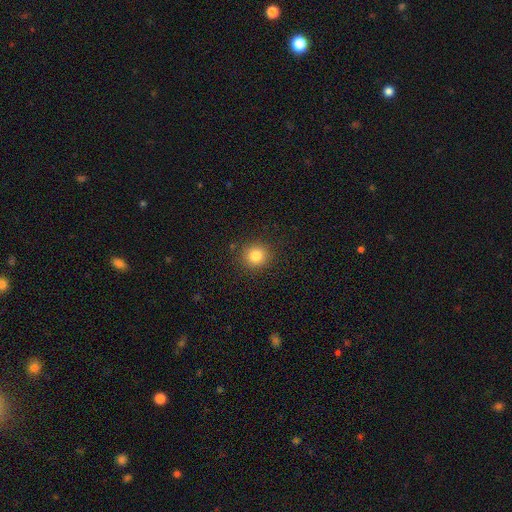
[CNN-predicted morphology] A smooth galaxy with no disk features (81%) that is round (89%).

Vote fractions:
- Smooth or featured? smooth: 81% / star or artifact: 12% / featured or disk: 7%
- How rounded? round: 89% / in between: 10% / cigar-shaped: 1%
- Merging? none: 89% / minor disturbance: 7% / major disturbance: 2% / merger: 1%